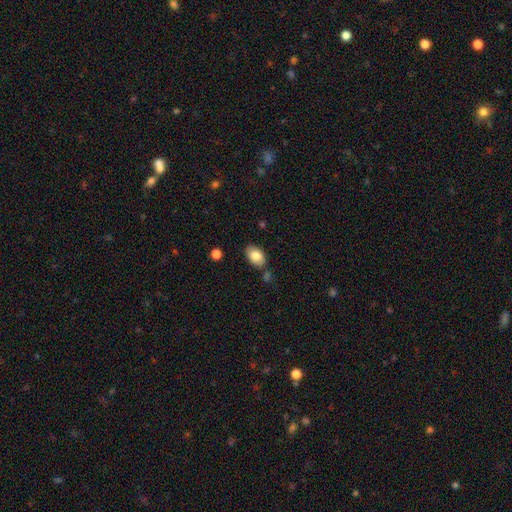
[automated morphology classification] smooth 82%, featured or disk 10%, star or artifact 7%. Down the decision tree: how rounded — in between (89%); merging — none (77%).